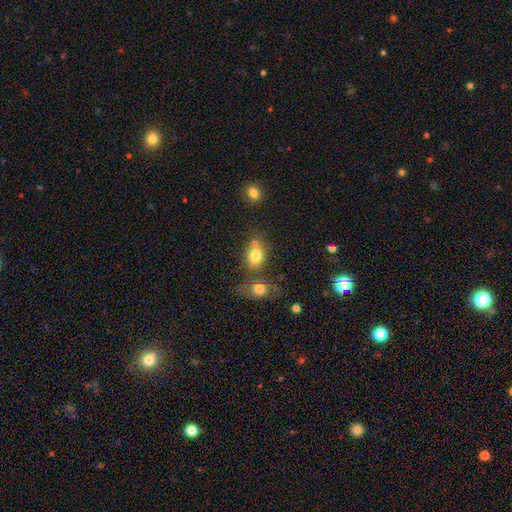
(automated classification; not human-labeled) The model was most divided on "how rounded": round: 55%, in between: 44%, cigar-shaped: 1%. More confident: smooth or featured — smooth (79%); merging — none (50%).